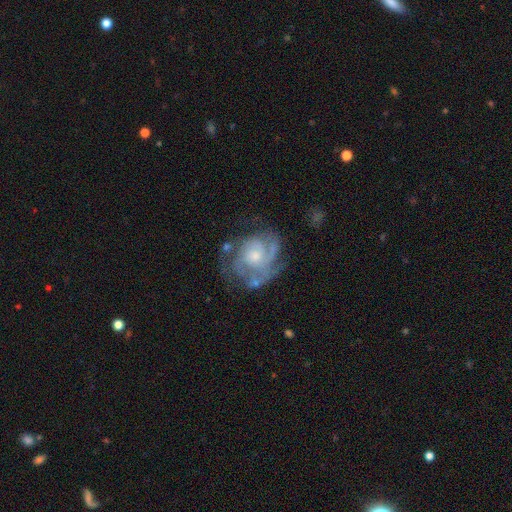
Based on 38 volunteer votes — Smooth or featured? 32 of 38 (84%) said featured or disk. Edge-on disk? 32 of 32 (100%) said no. Bar? 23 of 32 (72%) said no. Spiral arms? 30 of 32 (94%) said yes. Spiral winding? 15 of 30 (50%) said tight. Spiral arm count? 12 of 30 (40%) said 3. Bulge size? 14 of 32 (44%) said small. Merging? 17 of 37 (46%) said none.